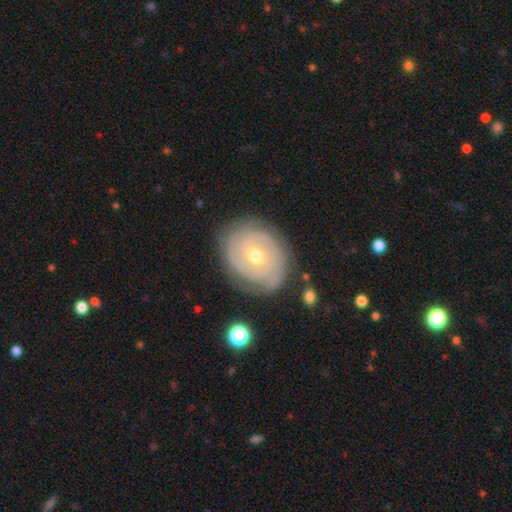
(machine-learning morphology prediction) The model was most divided on "spiral arm count": 2: 31%, can't tell: 30%, 3: 20%, 4: 8%, 1: 5%, more than 4: 5%. Remaining: edge-on disk — no (97%); spiral arms — yes (93%); smooth or featured — featured or disk (83%); spiral winding — tight (80%); merging — none (79%); bar — no (67%); bulge size — moderate (50%).